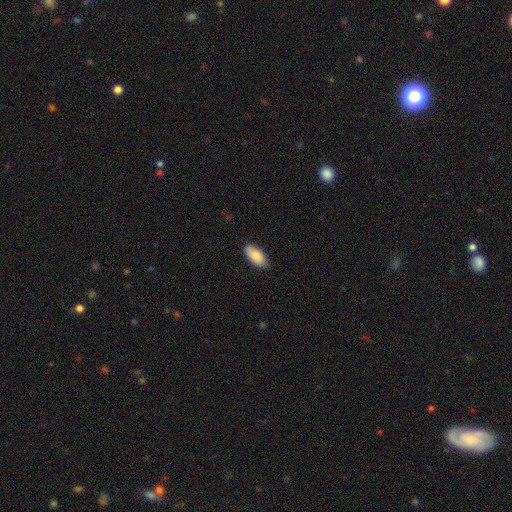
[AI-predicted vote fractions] This appears to be a smooth galaxy with no disk features (88%) that is in between round and cigar-shaped (91%). Merging: none (86%).